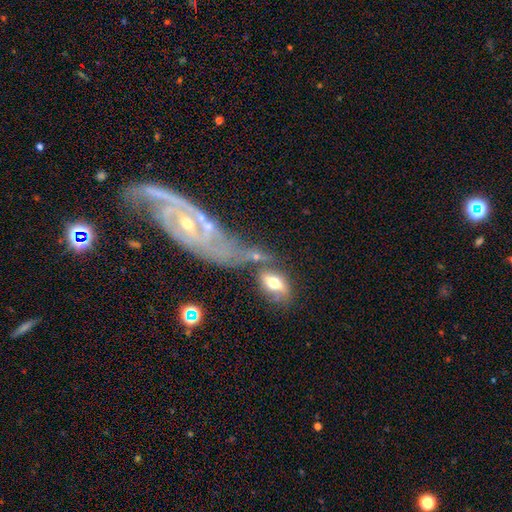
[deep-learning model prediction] Smooth or featured?
  - featured or disk: 50% *
  - smooth: 41%
  - star or artifact: 9%
Edge-on disk?
  - no: 84% *
  - yes: 16%
Merging?
  - none: 40% *
  - merger: 27%
  - minor disturbance: 21%
  - major disturbance: 12%